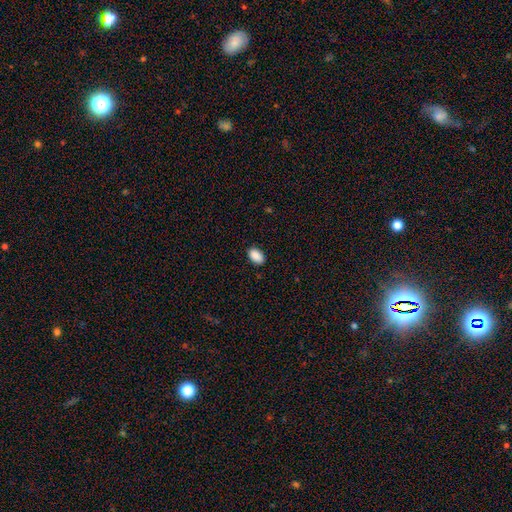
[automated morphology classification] Smooth or featured? smooth (90%)
How rounded? in between (91%)
Merging? none (87%)